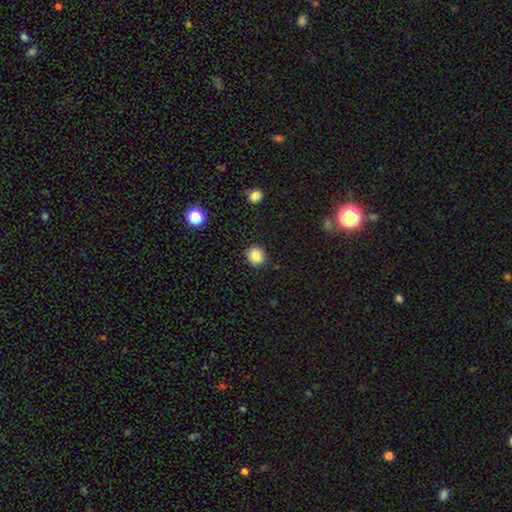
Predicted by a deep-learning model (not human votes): Morphology: type=smooth (87%); roundness=round (85%); merging=none (89%).